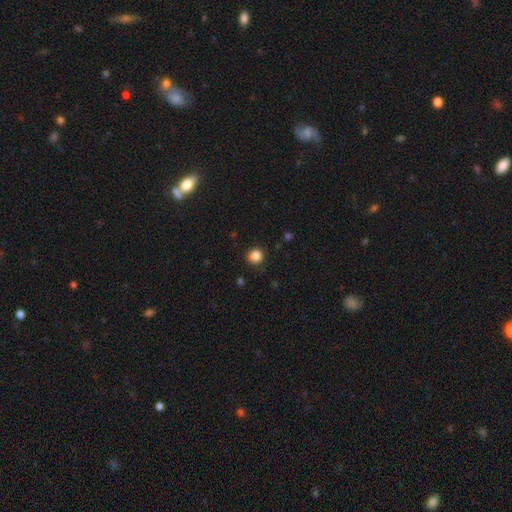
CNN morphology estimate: A smooth galaxy with no disk features (86%) that is round (87%).

Vote fractions:
- Smooth or featured? smooth: 86% / star or artifact: 11% / featured or disk: 3%
- How rounded? round: 87% / in between: 12% / cigar-shaped: 1%
- Merging? none: 89% / minor disturbance: 8% / major disturbance: 2% / merger: 1%